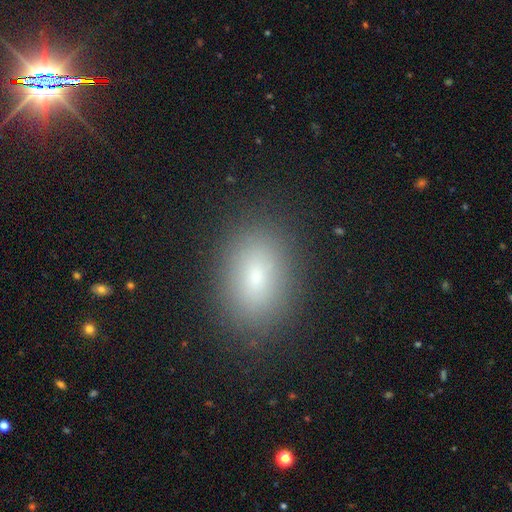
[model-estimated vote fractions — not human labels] Smooth or featured? smooth (67%)
How rounded? in between (85%)
Merging? none (89%)